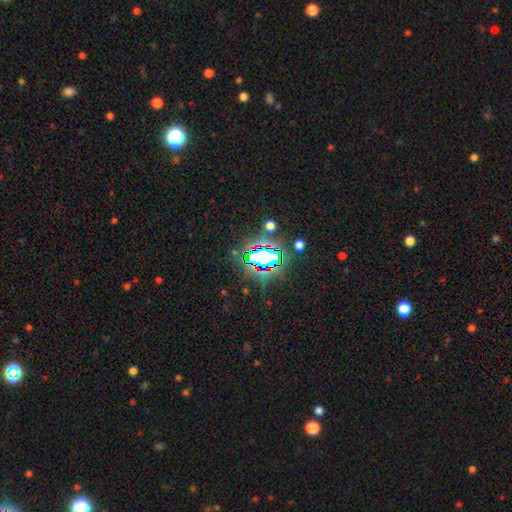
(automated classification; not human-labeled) Smooth or featured: star or artifact — 78% (smooth — 13%)